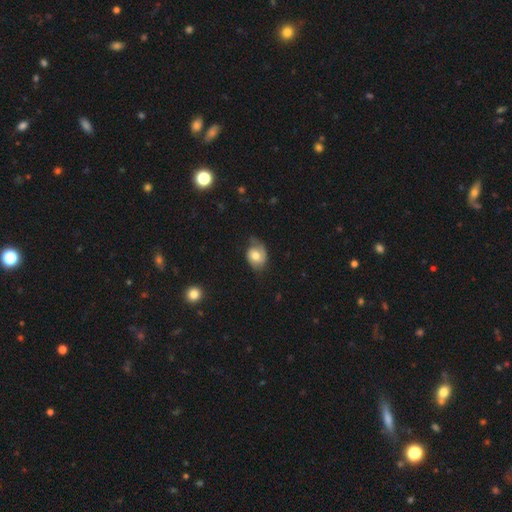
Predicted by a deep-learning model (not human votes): A smooth galaxy with no disk features (54%) that is in between round and cigar-shaped (62%). Merging: none (50%).